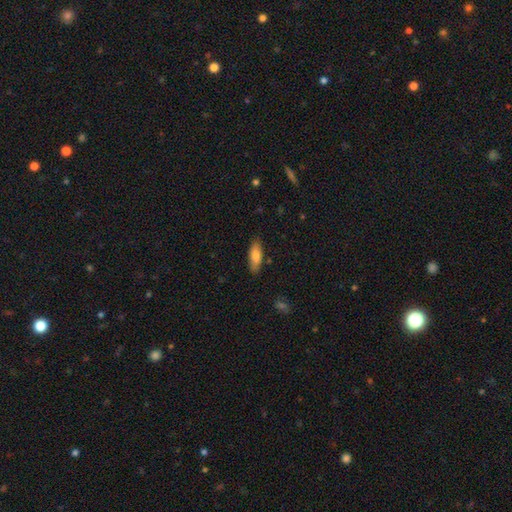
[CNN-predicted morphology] Q: Smooth or featured?
A: smooth (79%); runner-up: featured or disk (14%)
Q: How rounded?
A: in between (64%); runner-up: cigar-shaped (35%)
Q: Merging?
A: none (84%); runner-up: minor disturbance (12%)